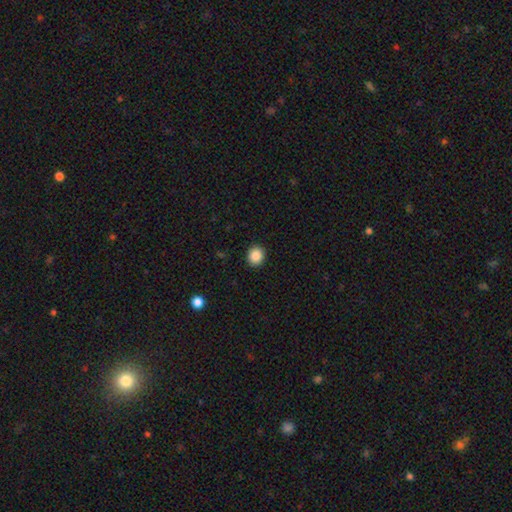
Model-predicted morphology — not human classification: A smooth galaxy with no disk features (88%) that is round (79%).

Vote fractions:
- Smooth or featured? smooth: 88% / star or artifact: 9% / featured or disk: 3%
- How rounded? round: 79% / in between: 20% / cigar-shaped: 1%
- Merging? none: 92% / minor disturbance: 5% / major disturbance: 2% / merger: 1%